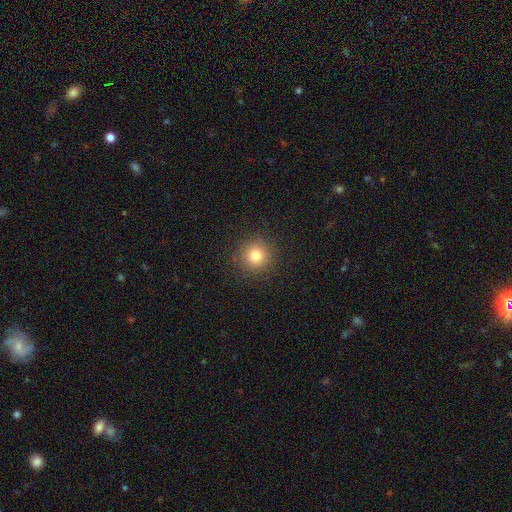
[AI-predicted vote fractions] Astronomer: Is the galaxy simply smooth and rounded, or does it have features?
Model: smooth — 79%.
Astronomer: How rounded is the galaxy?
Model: round — 94%.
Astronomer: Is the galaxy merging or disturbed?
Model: none — 91%.